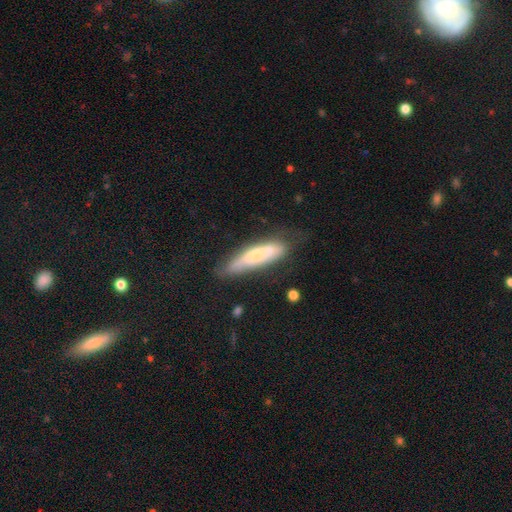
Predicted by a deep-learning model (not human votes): Morphology: type=smooth (52%); roundness=cigar-shaped (72%); merging=none (57%).